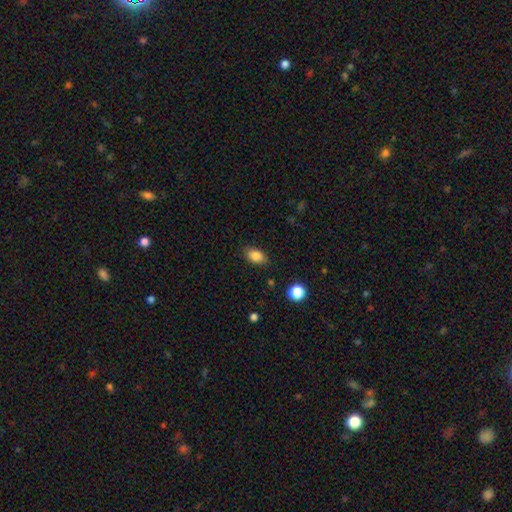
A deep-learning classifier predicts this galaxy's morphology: This is clearly a smooth galaxy (85%). How rounded: clearly in between (85%). Merging: clearly none (84%).